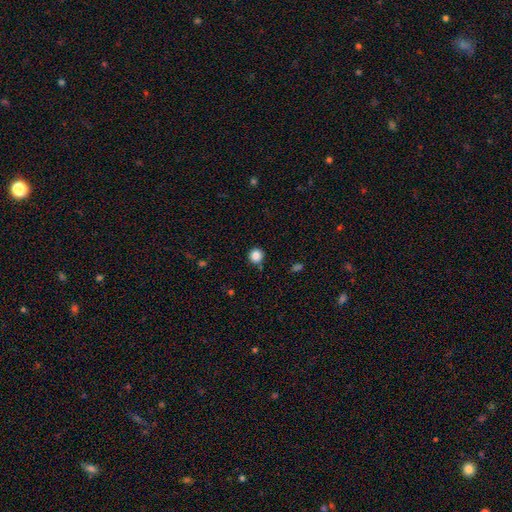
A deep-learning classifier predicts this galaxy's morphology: smooth 85%, star or artifact 11%, featured or disk 4%. Down the decision tree: how rounded — round (93%); merging — none (89%).